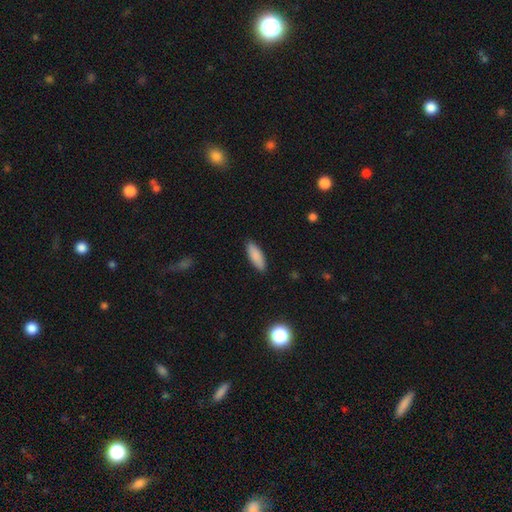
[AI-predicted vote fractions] Smooth or featured: smooth — 88% (star or artifact — 6%)
How rounded: in between — 61% (cigar-shaped — 37%)
Merging: none — 89% (minor disturbance — 8%)